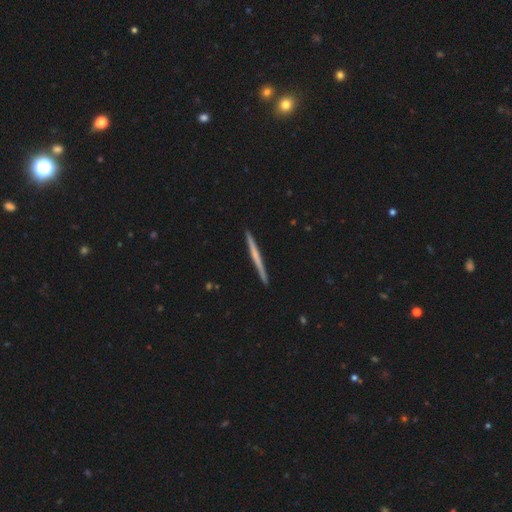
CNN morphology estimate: A featured or disk galaxy (56%) viewed edge-on (98%) with no central bulge (75%). Merging: none (93%).